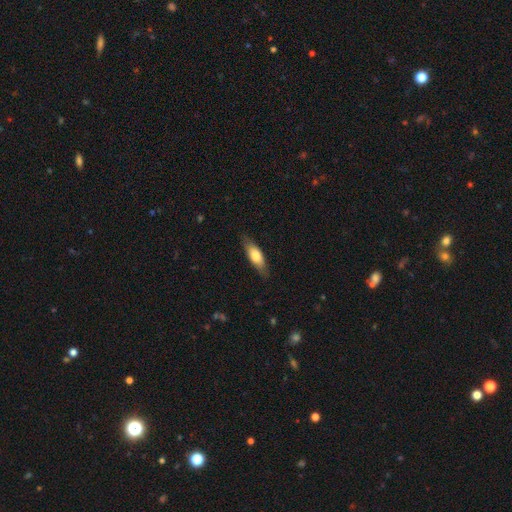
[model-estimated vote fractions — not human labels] Smooth or featured?
  - smooth: 70% *
  - featured or disk: 24%
  - star or artifact: 6%
How rounded?
  - in between: 56% *
  - cigar-shaped: 42%
  - round: 2%
Merging?
  - none: 83% *
  - minor disturbance: 13%
  - major disturbance: 3%
  - merger: 1%